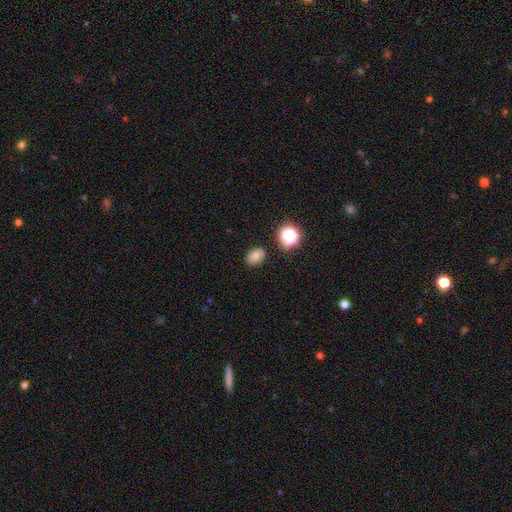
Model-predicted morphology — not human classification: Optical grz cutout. It shows a smooth galaxy with no disk features (74%) that is in between round and cigar-shaped (66%). Merging: none (84%).